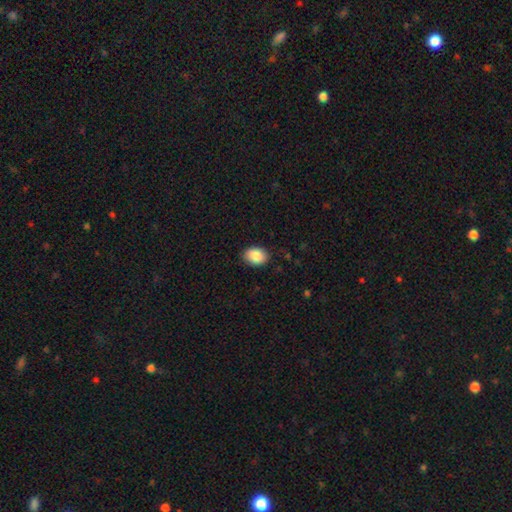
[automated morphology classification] Smooth or featured? smooth (88%)
How rounded? in between (67%)
Merging? none (88%)